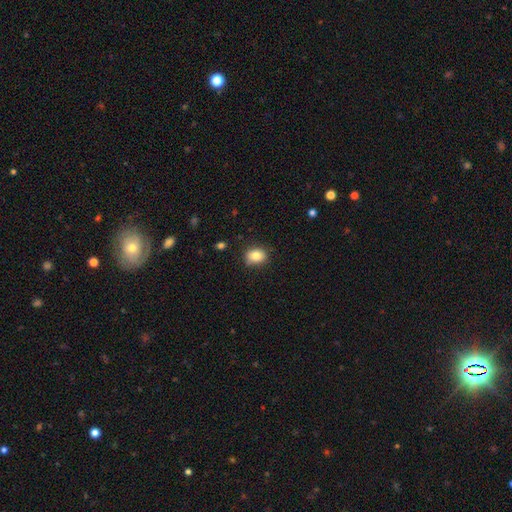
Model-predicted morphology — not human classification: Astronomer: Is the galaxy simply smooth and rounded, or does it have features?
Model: smooth — 83%.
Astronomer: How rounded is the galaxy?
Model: in between — 54% (runner-up: round, 45%).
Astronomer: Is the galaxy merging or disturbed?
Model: none — 81%.